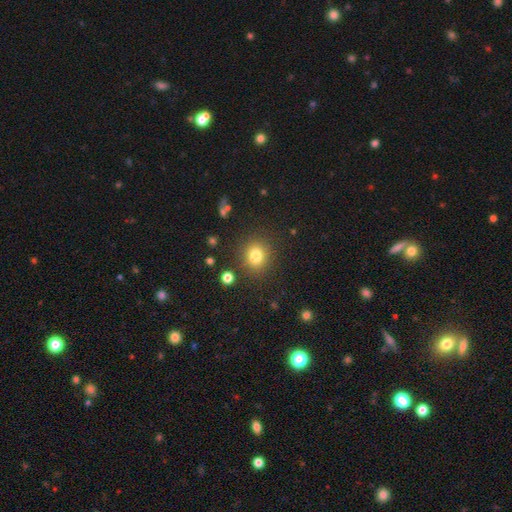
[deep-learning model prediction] The model was most divided on "how rounded": round: 79%, in between: 20%, cigar-shaped: 1%. More confident: merging — none (85%); smooth or featured — smooth (79%).